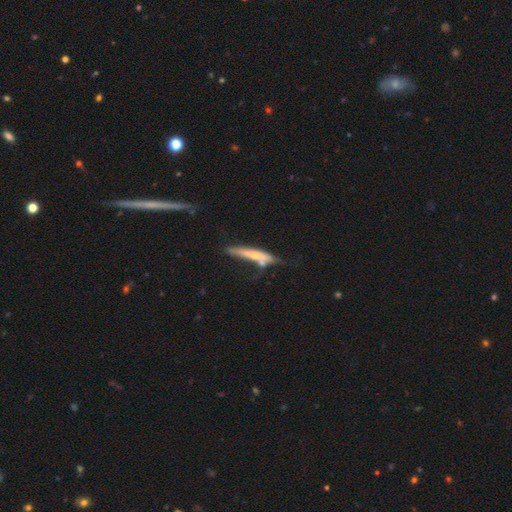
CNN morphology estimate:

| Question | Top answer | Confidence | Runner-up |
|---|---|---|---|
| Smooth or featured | smooth | 49% | featured or disk (44%) |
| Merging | none | 49% | minor disturbance (24%) |